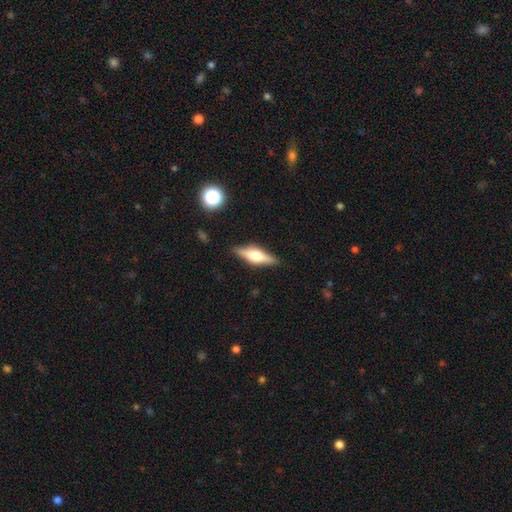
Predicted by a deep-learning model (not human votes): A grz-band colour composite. It shows a featured or disk galaxy (58%) viewed edge-on (95%) with a rounded central bulge (91%). Merging: none (86%).